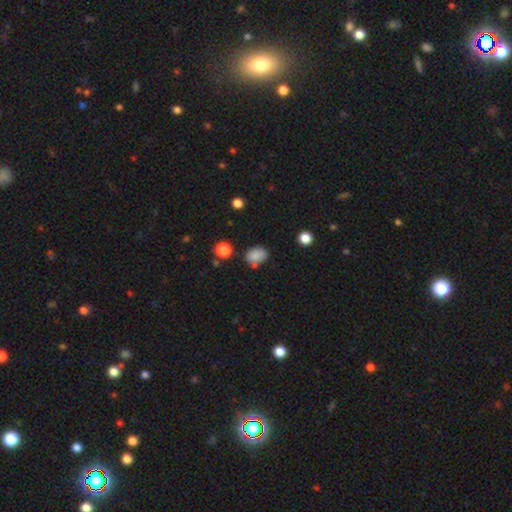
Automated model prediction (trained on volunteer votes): smooth-or-featured: smooth: 84% | star or artifact: 11% | featured or disk: 6%
  how-rounded: in between: 74% | round: 25% | cigar-shaped: 1%
  merging: none: 65% | minor disturbance: 20% | merger: 10% | major disturbance: 5%